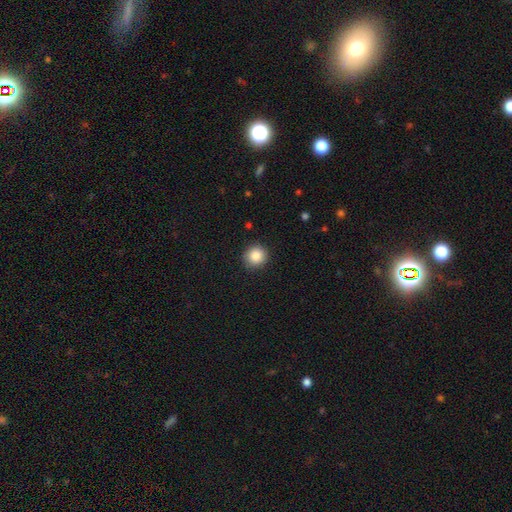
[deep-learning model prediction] A smooth galaxy with no disk features (87%) that is round (92%). Merging: none (90%).